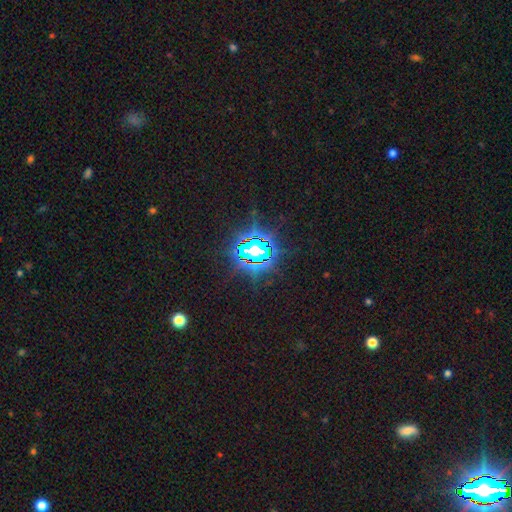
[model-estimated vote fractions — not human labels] smooth-or-featured: star or artifact: 81% | smooth: 11% | featured or disk: 9%